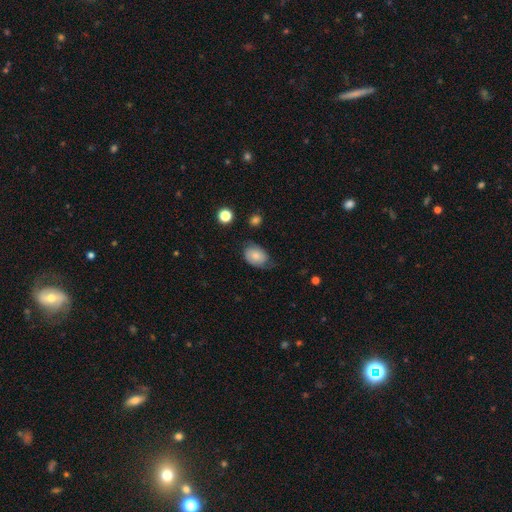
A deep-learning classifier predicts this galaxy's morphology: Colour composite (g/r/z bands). It shows a smooth galaxy with no disk features (67%) that is in between round and cigar-shaped (80%). Merging: none (57%).